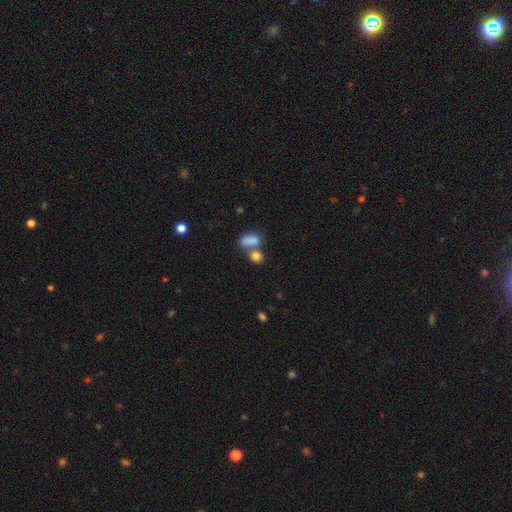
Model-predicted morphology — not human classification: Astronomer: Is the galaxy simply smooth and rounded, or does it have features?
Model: smooth — 81%.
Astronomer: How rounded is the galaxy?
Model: in between — 57% (runner-up: round, 40%).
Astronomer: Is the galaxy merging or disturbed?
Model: merger — 47% (runner-up: none, 38%).